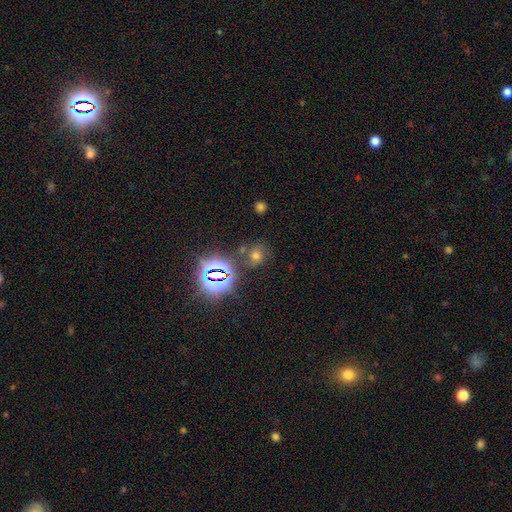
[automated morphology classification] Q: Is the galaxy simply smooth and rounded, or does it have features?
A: smooth — 43%.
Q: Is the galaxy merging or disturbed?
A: none — 66%.